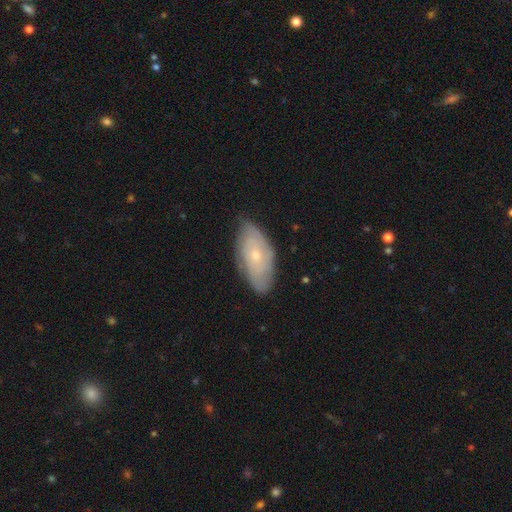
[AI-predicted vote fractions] Smooth or featured? Predicted: featured or disk (p=0.50). Edge-on disk? Predicted: no (p=0.89). Merging? Predicted: none (p=0.74).